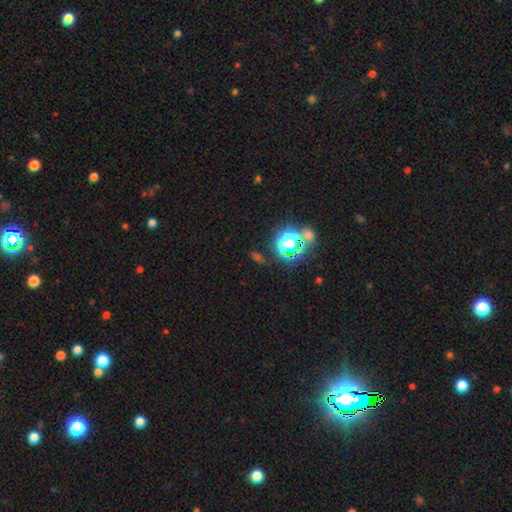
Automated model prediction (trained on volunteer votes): A star or artifact, not a galaxy (57%).